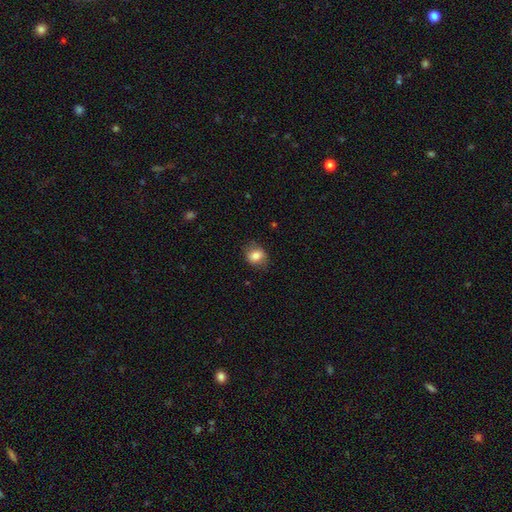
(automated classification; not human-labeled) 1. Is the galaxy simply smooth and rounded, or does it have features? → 80% smooth, 11% featured or disk, 9% star or artifact.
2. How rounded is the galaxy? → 53% round, 46% in between, 1% cigar-shaped.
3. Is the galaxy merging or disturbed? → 77% none, 17% minor disturbance, 5% major disturbance, 1% merger.